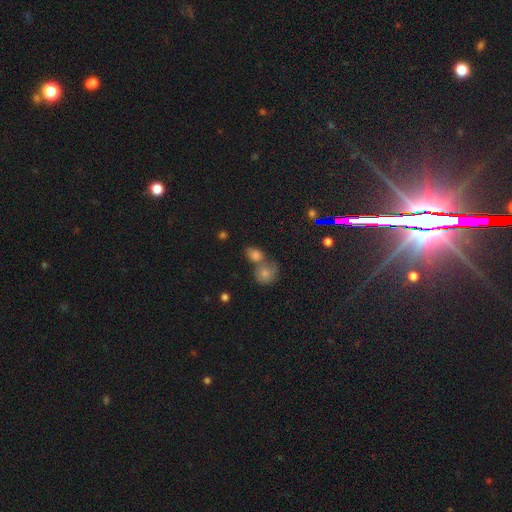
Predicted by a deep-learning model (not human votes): smooth-or-featured: smooth: 64% | star or artifact: 23% | featured or disk: 13%
  how-rounded: round: 49% | in between: 48% | cigar-shaped: 3%
  merging: none: 44% | merger: 43% | minor disturbance: 9% | major disturbance: 4%